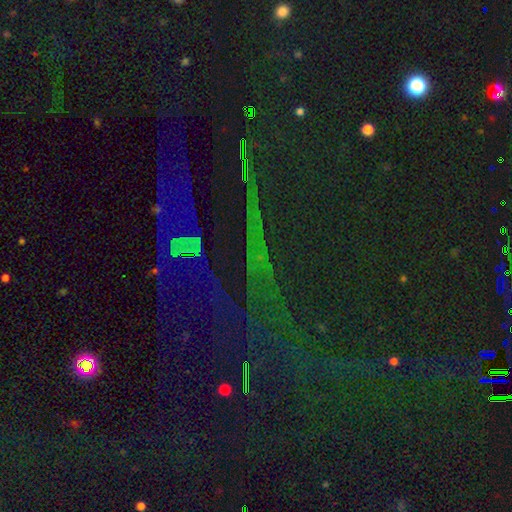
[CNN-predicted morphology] Q: Smooth or featured?
A: star or artifact (82%); runner-up: smooth (10%)